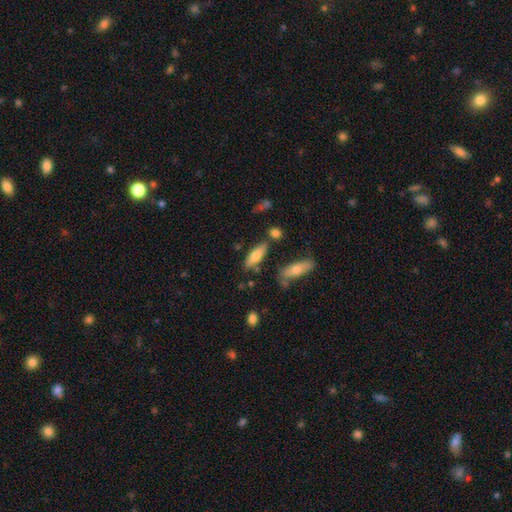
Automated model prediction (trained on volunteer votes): This is likely a smooth galaxy (71%). How rounded: possibly in between (58%). Merging: likely none (73%).